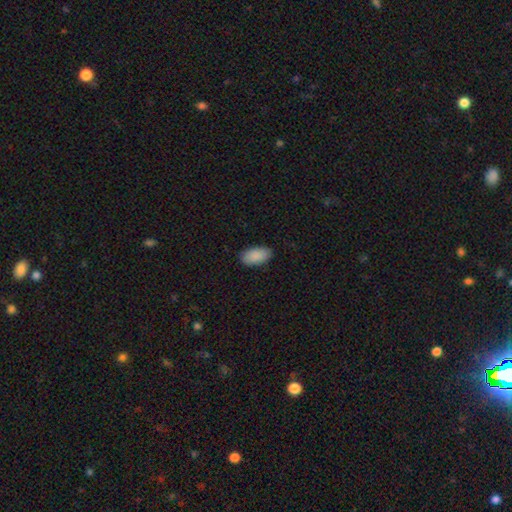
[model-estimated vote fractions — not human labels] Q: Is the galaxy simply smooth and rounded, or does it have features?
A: smooth — 90%.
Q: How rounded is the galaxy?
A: in between — 95%.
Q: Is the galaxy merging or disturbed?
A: none — 87%.